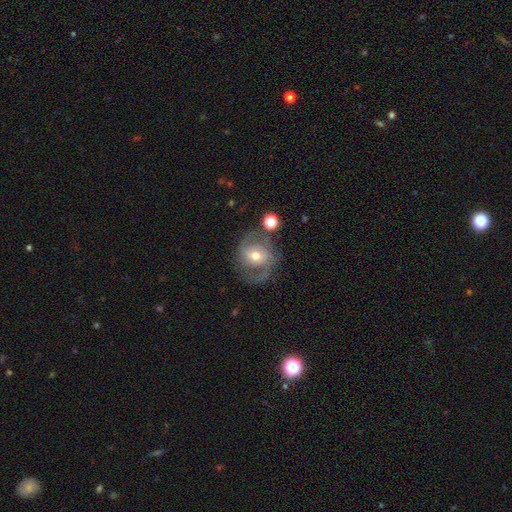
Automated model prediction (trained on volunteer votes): smooth_or_featured: featured or disk (p=0.75) [alt: smooth p=0.18]
disk_edge_on: no (p=0.97) [alt: yes p=0.03]
bar: no (p=0.46) [alt: weak p=0.38]
has_spiral_arms: yes (p=0.88) [alt: no p=0.12]
spiral_winding: medium (p=0.50) [alt: loose p=0.25]
spiral_arm_count: 2 (p=0.83) [alt: can't tell p=0.08]
bulge_size: moderate (p=0.66) [alt: small p=0.27]
merging: none (p=0.65) [alt: minor disturbance p=0.17]